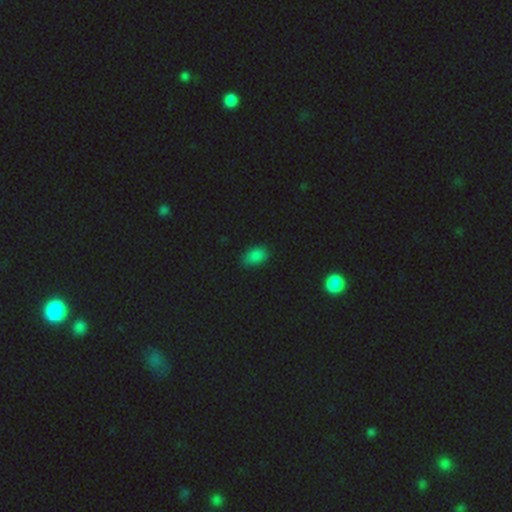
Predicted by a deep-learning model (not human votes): This appears to be a smooth galaxy with no disk features (79%) that is in between round and cigar-shaped (88%). Merging: none (81%).